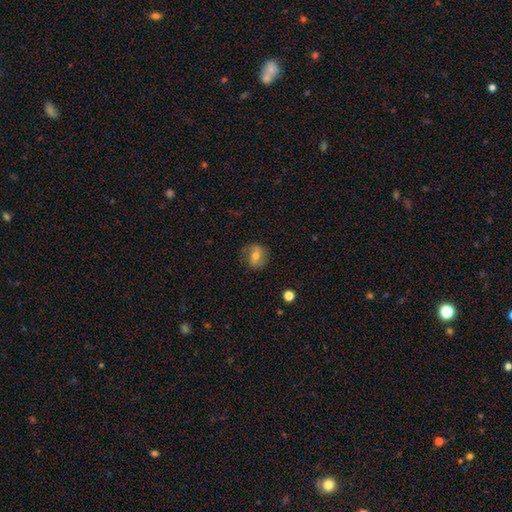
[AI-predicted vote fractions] Smooth or featured? featured or disk (51%)
Edge-on disk? no (95%)
Merging? none (78%)